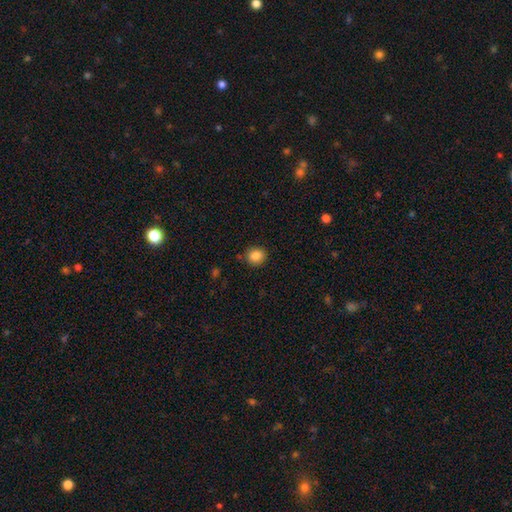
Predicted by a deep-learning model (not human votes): Smooth or featured? Predicted: smooth (p=0.85). How rounded? Predicted: round (p=0.79). Merging? Predicted: none (p=0.86).